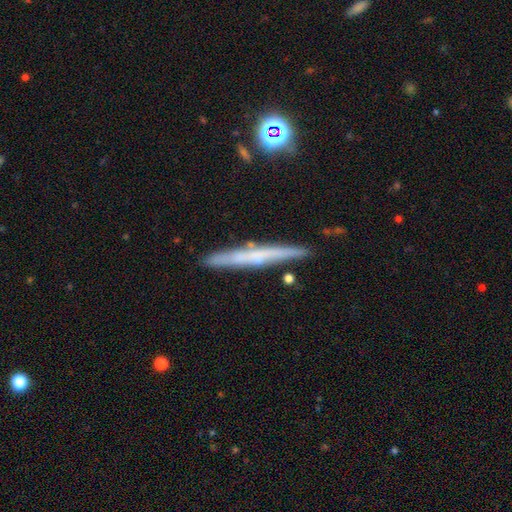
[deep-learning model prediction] Smooth or featured?
  - featured or disk: 52% *
  - smooth: 39%
  - star or artifact: 8%
Edge-on disk?
  - yes: 96% *
  - no: 4%
Edge-on bulge?
  - none: 72% *
  - rounded: 20%
  - boxy: 8%
Merging?
  - none: 87% *
  - minor disturbance: 9%
  - merger: 2%
  - major disturbance: 2%